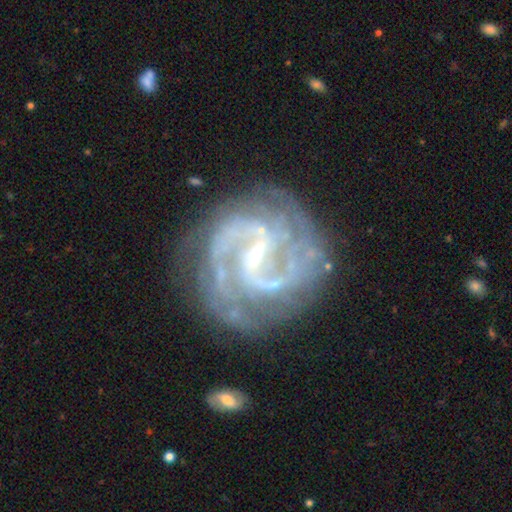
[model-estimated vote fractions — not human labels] This is clearly a featured or disk galaxy (91%). It is clearly not viewed edge-on (98%). Bar: possibly weak (48%). Spiral arm pattern: clearly yes (97%). Spiral arm count: likely 2 (65%). Spiral winding: possibly medium (47%). Central bulge: likely small (70%). Merging: likely none (74%).